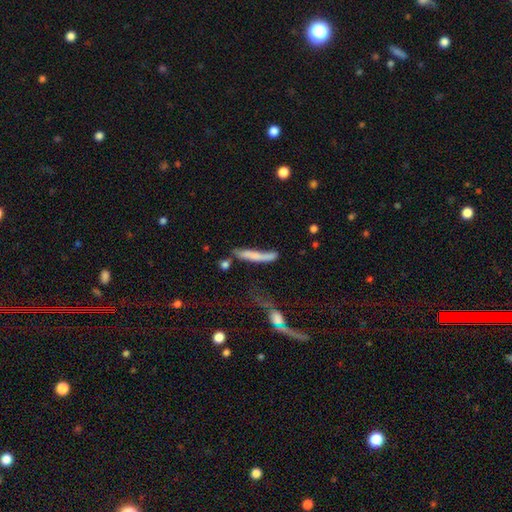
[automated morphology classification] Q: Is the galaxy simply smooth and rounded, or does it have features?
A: smooth — 61%.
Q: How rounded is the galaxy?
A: cigar-shaped — 87%.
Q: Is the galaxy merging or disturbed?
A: none — 41%.